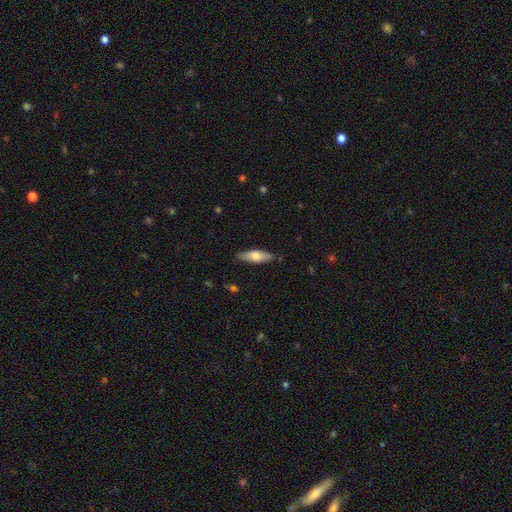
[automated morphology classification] Smooth or featured? smooth (61%)
How rounded? cigar-shaped (49%, tied with in between)
Merging? none (85%)